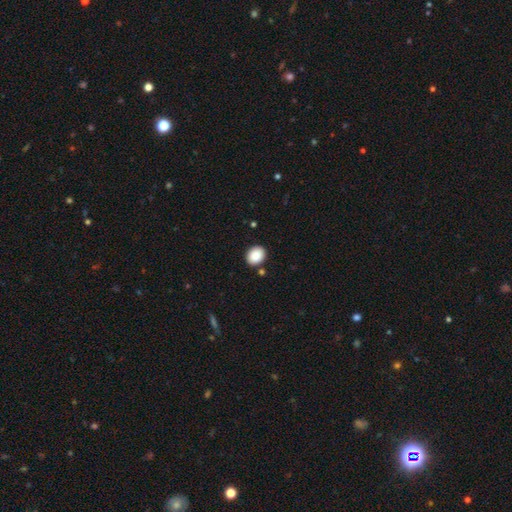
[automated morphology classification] A smooth galaxy with no disk features (89%) that is round (50%). Merging: none (86%).